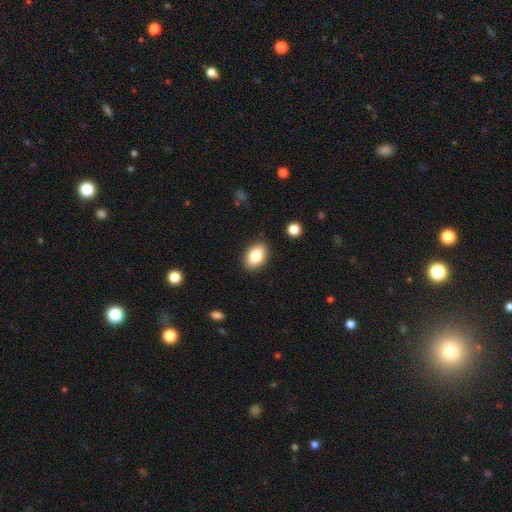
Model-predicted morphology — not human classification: smooth 83%, featured or disk 9%, star or artifact 8%. Down the decision tree: how rounded — in between (86%); merging — none (87%).